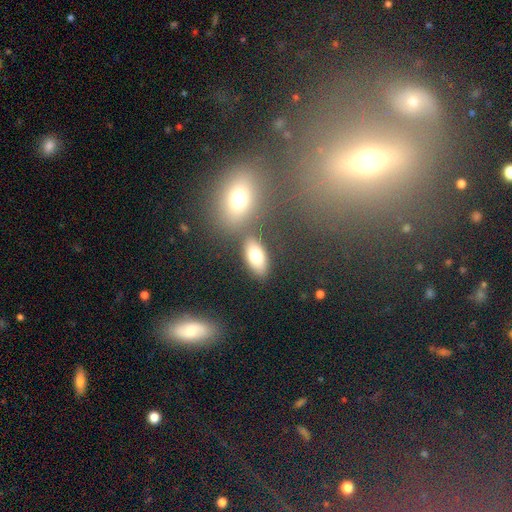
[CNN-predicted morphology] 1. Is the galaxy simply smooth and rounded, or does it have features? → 76% smooth, 15% featured or disk, 9% star or artifact.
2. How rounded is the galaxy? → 88% in between, 7% cigar-shaped, 5% round.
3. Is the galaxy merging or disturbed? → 77% none, 10% minor disturbance, 10% merger, 3% major disturbance.